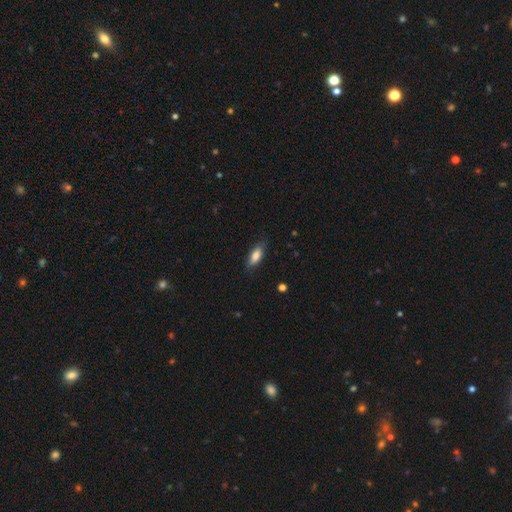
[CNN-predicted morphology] Overall: smooth (80%). How rounded: in between (75%). Merging: none (79%).